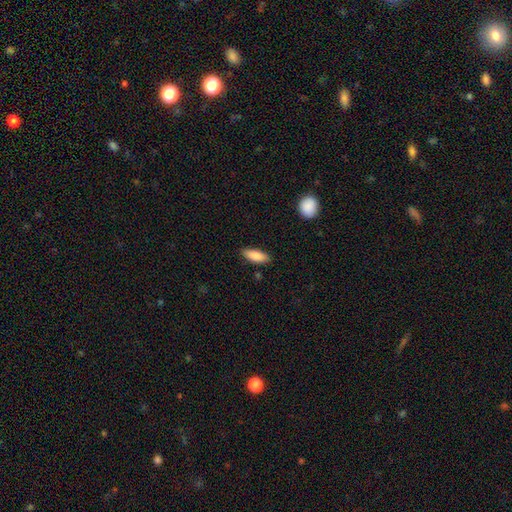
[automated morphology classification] smooth-or-featured: smooth: 87% | featured or disk: 7% | star or artifact: 6%
  how-rounded: in between: 73% | cigar-shaped: 25% | round: 2%
  merging: none: 85% | minor disturbance: 12% | major disturbance: 2% | merger: 1%